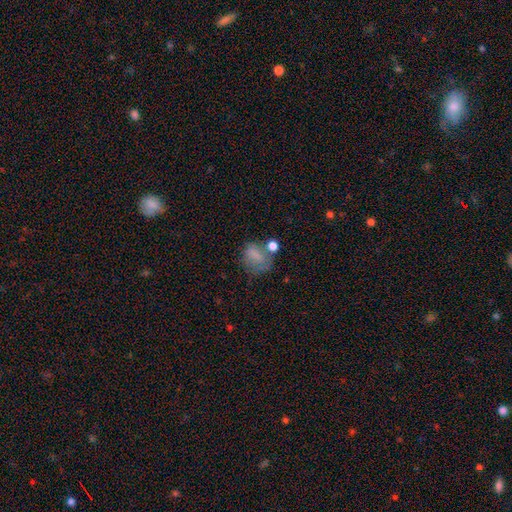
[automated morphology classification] A smooth galaxy with no disk features (68%) that is in between round and cigar-shaped (58%). Merging: none (38%).